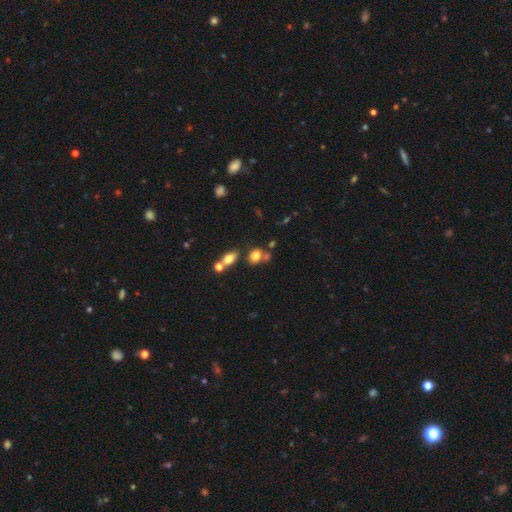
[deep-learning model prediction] Smooth or featured? Predicted: smooth (p=0.77). How rounded? Predicted: in between (p=0.63). Merging? Predicted: none (p=0.54).